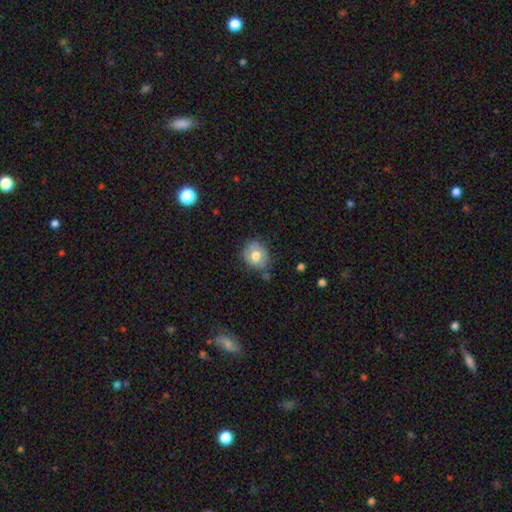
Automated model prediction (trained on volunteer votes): A smooth galaxy with no disk features (66%) that is round (64%).

Vote fractions:
- Smooth or featured? smooth: 66% / featured or disk: 26% / star or artifact: 8%
- How rounded? round: 64% / in between: 35% / cigar-shaped: 1%
- Merging? none: 65% / minor disturbance: 25% / major disturbance: 6% / merger: 4%